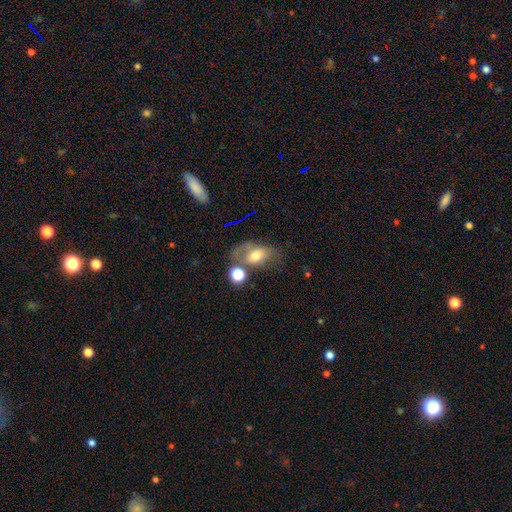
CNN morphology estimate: Smooth or featured? Predicted: smooth (p=0.56). How rounded? Predicted: in between (p=0.80). Merging? Predicted: none (p=0.42).